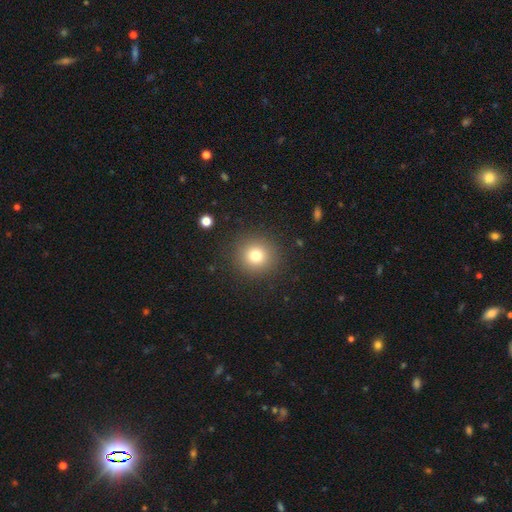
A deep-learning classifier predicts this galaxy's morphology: Q: Smooth or featured?
A: smooth (78%); runner-up: star or artifact (14%)
Q: How rounded?
A: round (92%); runner-up: in between (7%)
Q: Merging?
A: none (90%); runner-up: minor disturbance (6%)